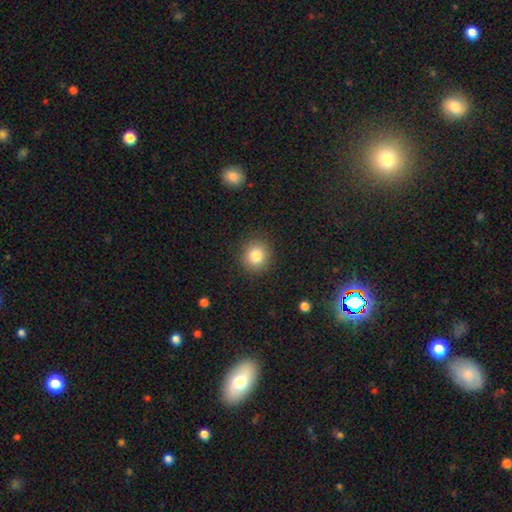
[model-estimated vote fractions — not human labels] This is clearly a smooth galaxy (82%). How rounded: clearly round (87%). Merging: clearly none (90%).